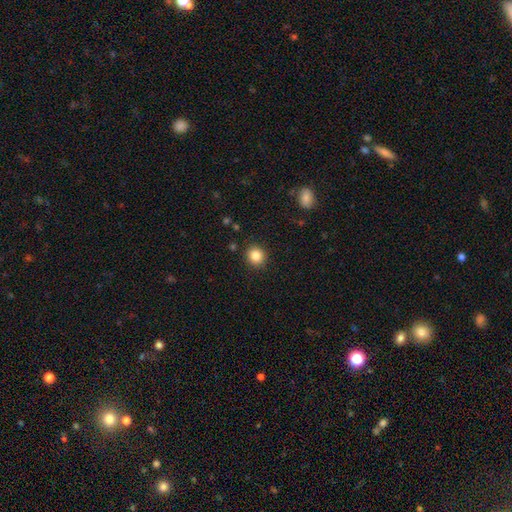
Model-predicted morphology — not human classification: This is clearly a smooth galaxy (85%). How rounded: clearly round (87%). Merging: clearly none (90%).